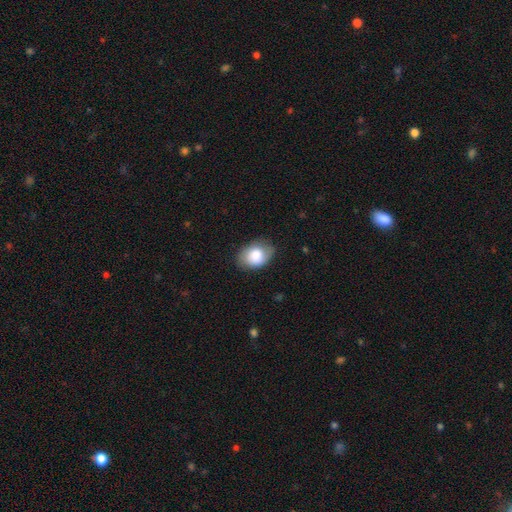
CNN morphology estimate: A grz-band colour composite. It shows a smooth galaxy with no disk features (81%) that is in between round and cigar-shaped (72%). Merging: none (76%).